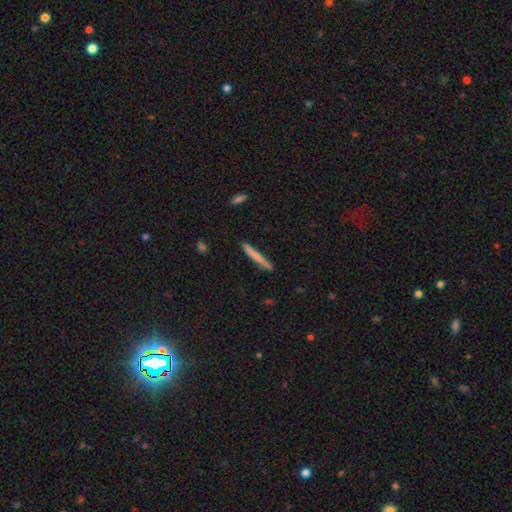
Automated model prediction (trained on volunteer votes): smooth 67%, featured or disk 27%, star or artifact 6%. Down the decision tree: how rounded — cigar-shaped (96%); merging — none (87%).